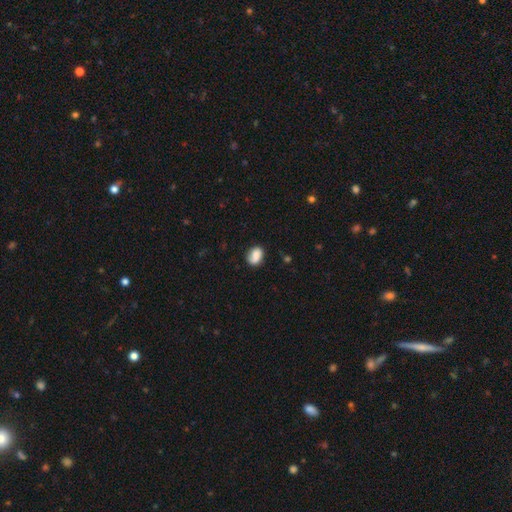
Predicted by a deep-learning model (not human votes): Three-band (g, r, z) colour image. It shows a smooth galaxy with no disk features (80%) that is in between round and cigar-shaped (69%). Merging: none (71%).